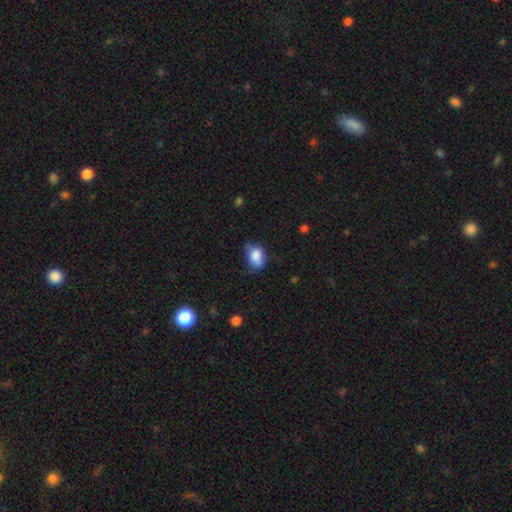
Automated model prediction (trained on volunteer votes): smooth-or-featured: smooth: 80% | featured or disk: 11% | star or artifact: 9%
  how-rounded: in between: 67% | round: 31% | cigar-shaped: 1%
  merging: none: 46% | minor disturbance: 38% | major disturbance: 13% | merger: 3%